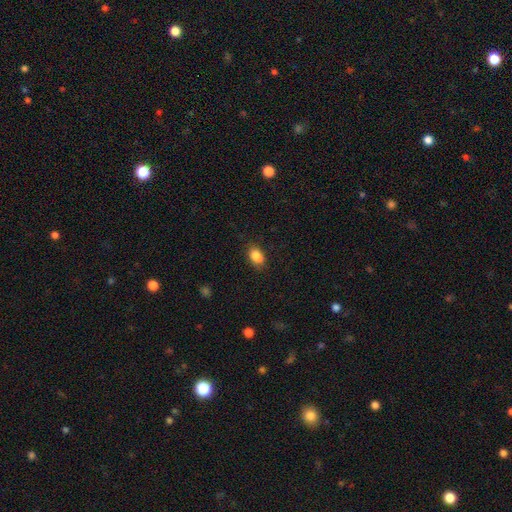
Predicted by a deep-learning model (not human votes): This appears to be a smooth galaxy with no disk features (86%) that is in between round and cigar-shaped (85%). Merging: none (80%).